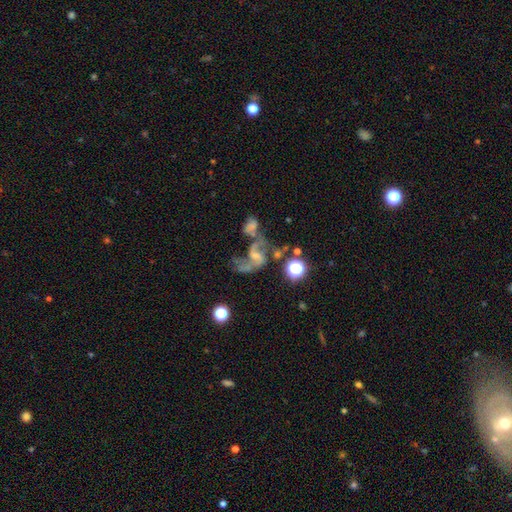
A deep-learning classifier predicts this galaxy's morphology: featured or disk 67%, star or artifact 19%, smooth 14%. Down the decision tree: edge-on disk — no (96%); bar — no (51%); spiral arms — yes (76%); bulge size — small (43%); merging — merger (40%).